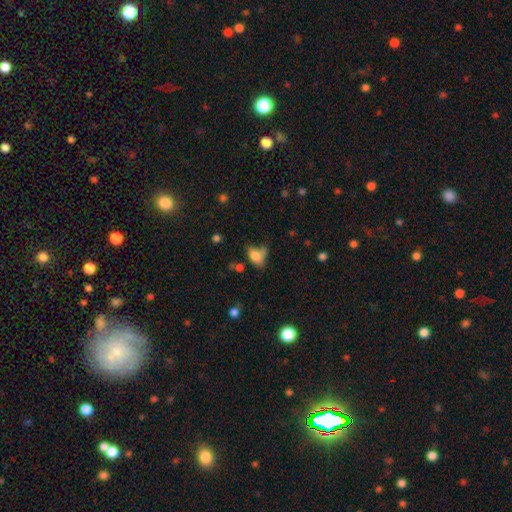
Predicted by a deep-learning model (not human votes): Smooth or featured? Predicted: smooth (p=0.77). How rounded? Predicted: in between (p=0.84). Merging? Predicted: none (p=0.39).